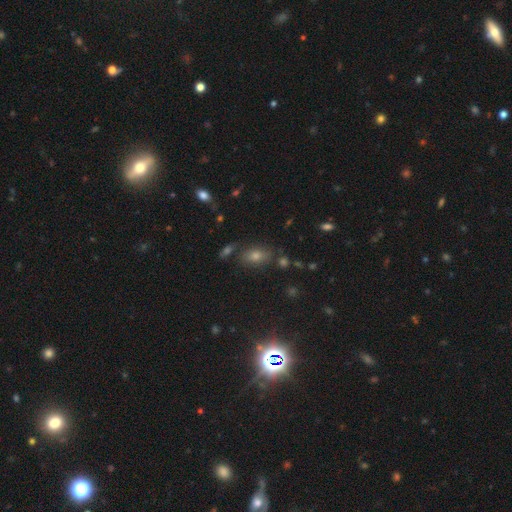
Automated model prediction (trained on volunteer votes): Smooth or featured? smooth (54%)
How rounded? in between (76%)
Merging? none (77%)